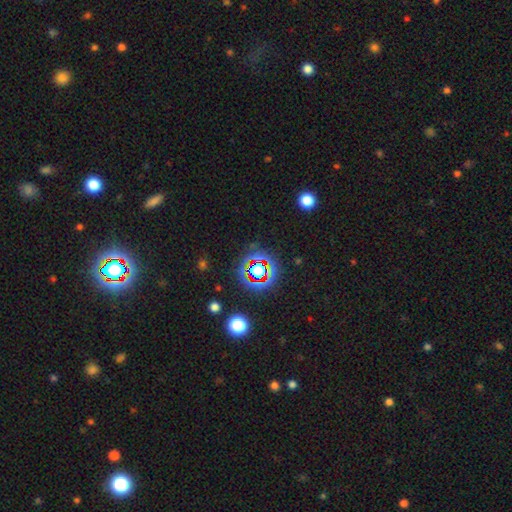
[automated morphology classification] This appears to be a star or artifact, not a galaxy (75%).